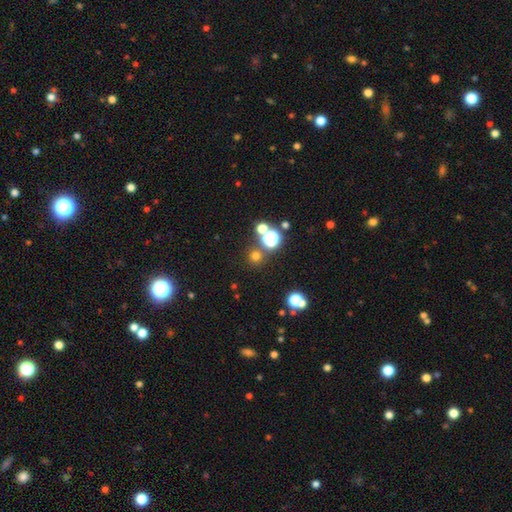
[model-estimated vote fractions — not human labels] Smooth or featured? Predicted: smooth (p=0.66). How rounded? Predicted: round (p=0.93). Merging? Predicted: none (p=0.81).